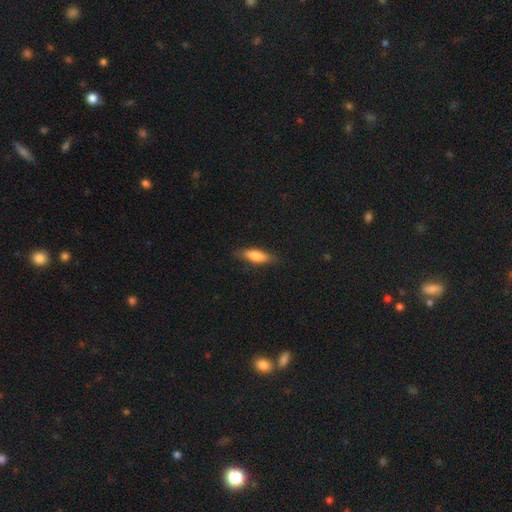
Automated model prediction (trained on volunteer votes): Q: Smooth or featured?
A: smooth (77%); runner-up: featured or disk (17%)
Q: How rounded?
A: cigar-shaped (51%); runner-up: in between (47%)
Q: Merging?
A: none (82%); runner-up: minor disturbance (14%)